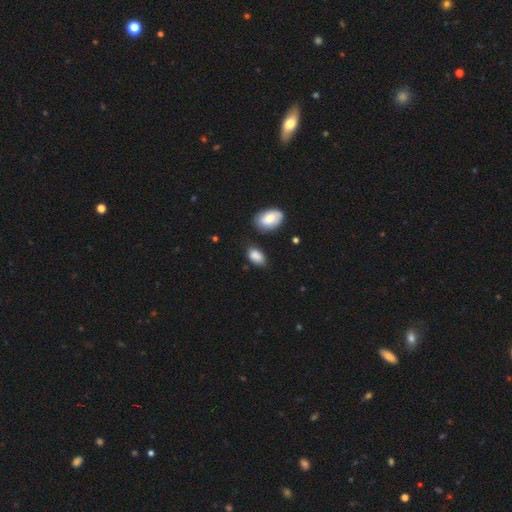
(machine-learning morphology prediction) A smooth galaxy with no disk features (86%) that is in between round and cigar-shaped (92%).

Vote fractions:
- Smooth or featured? smooth: 86% / star or artifact: 8% / featured or disk: 7%
- How rounded? in between: 92% / round: 6% / cigar-shaped: 2%
- Merging? none: 65% / minor disturbance: 24% / merger: 6% / major disturbance: 5%